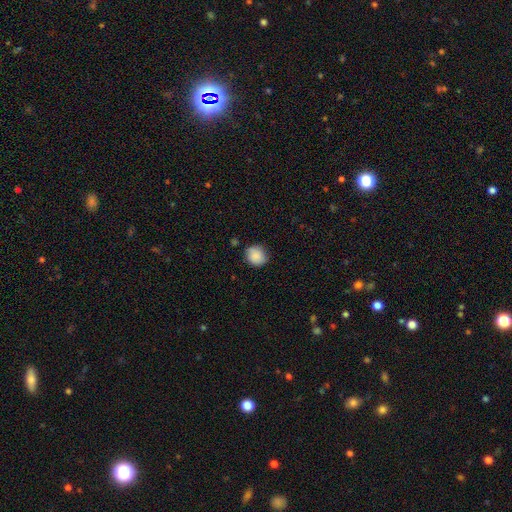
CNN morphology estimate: Smooth or featured? smooth (87%)
How rounded? round (80%)
Merging? none (79%)